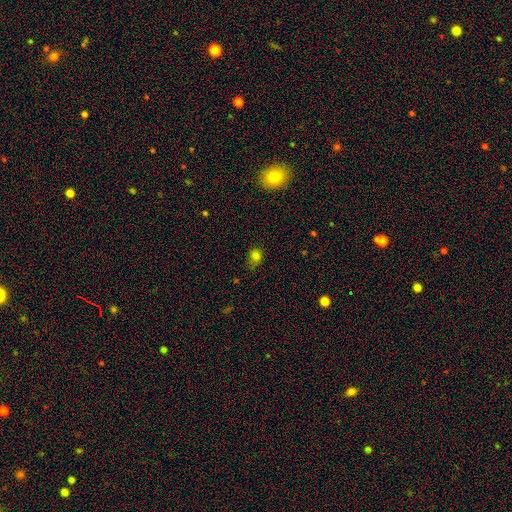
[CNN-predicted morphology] A smooth galaxy with no disk features (75%) that is round (60%). Merging: none (58%).